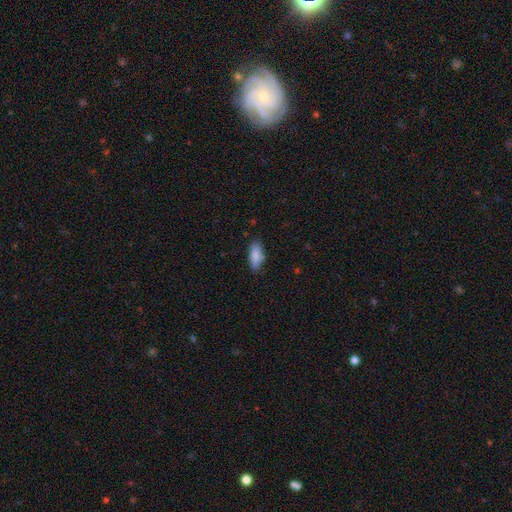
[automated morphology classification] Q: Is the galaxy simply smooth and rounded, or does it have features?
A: smooth — 84%.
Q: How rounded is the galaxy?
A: in between — 72%.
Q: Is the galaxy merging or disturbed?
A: none — 76%.